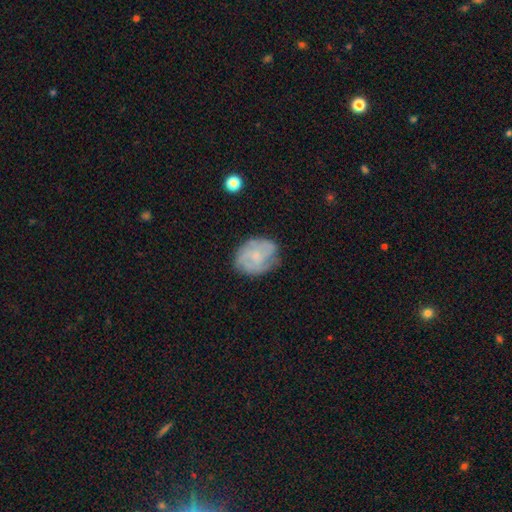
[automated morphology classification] A featured or disk galaxy (55%) with no bar (75%), spiral arms (76%) and a small central bulge (53%). Merging: none (69%).